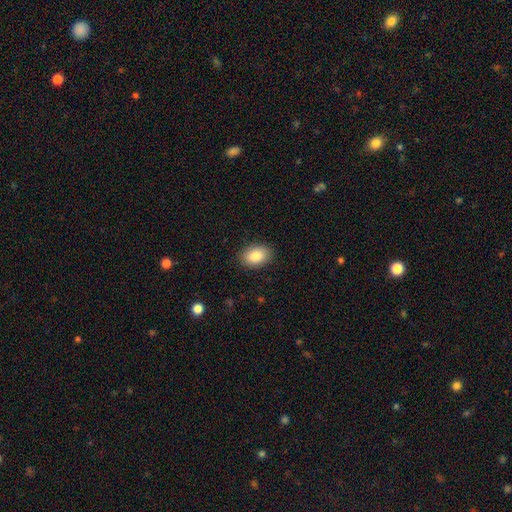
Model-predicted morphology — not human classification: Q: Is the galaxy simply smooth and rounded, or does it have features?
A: smooth — 85%.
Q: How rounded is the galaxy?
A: in between — 83%.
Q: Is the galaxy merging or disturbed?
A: none — 89%.